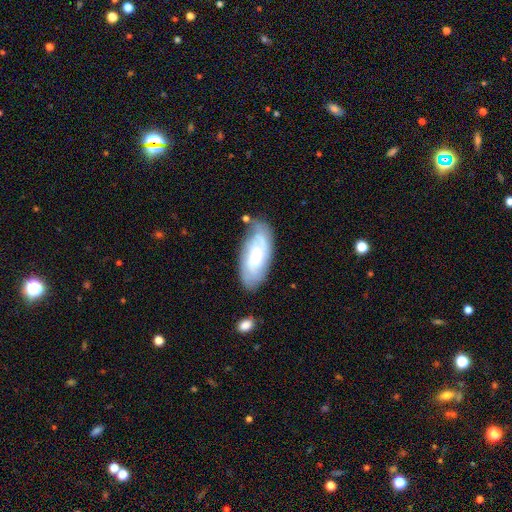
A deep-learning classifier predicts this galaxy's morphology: Overall: featured or disk (58%; smooth 35%). Edge-on disk: no (91%). Bar: no (64%; weak 30%). Spiral arms: yes (86%). Bulge size: small (52%; moderate 36%). Merging: none (73%).